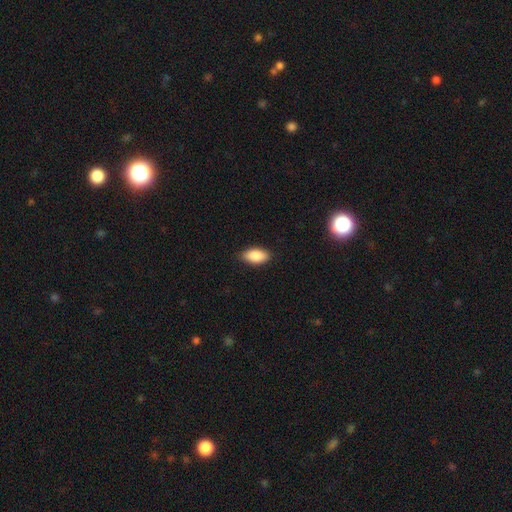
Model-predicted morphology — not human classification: Smooth or featured? Predicted: smooth (p=0.87). How rounded? Predicted: in between (p=0.92). Merging? Predicted: none (p=0.87).